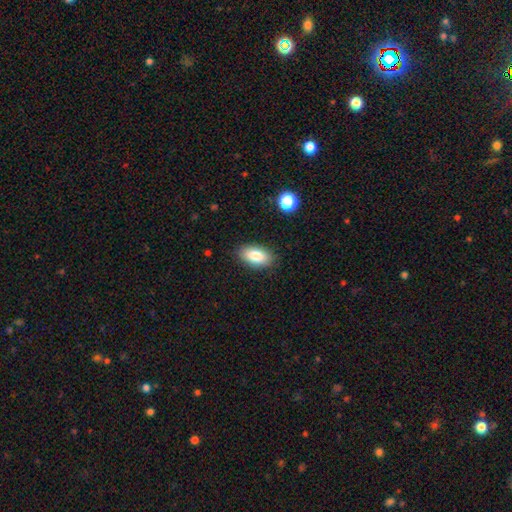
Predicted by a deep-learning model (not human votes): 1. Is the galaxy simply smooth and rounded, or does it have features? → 84% smooth, 8% featured or disk, 7% star or artifact.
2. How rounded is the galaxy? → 93% in between, 4% round, 3% cigar-shaped.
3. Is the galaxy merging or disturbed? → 87% none, 9% minor disturbance, 2% major disturbance, 1% merger.